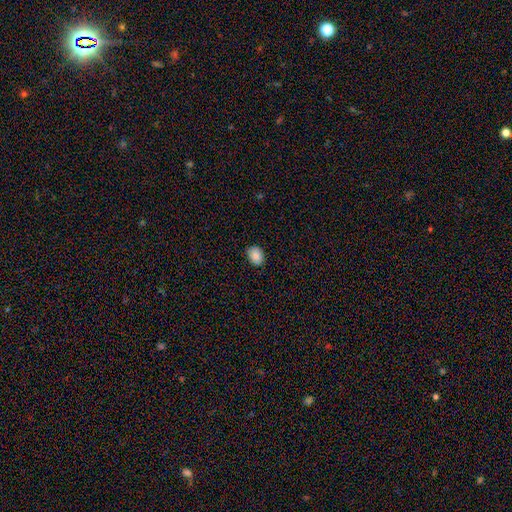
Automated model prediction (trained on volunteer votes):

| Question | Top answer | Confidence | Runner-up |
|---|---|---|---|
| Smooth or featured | smooth | 88% | star or artifact (8%) |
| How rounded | in between | 68% | round (31%) |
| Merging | none | 86% | minor disturbance (11%) |